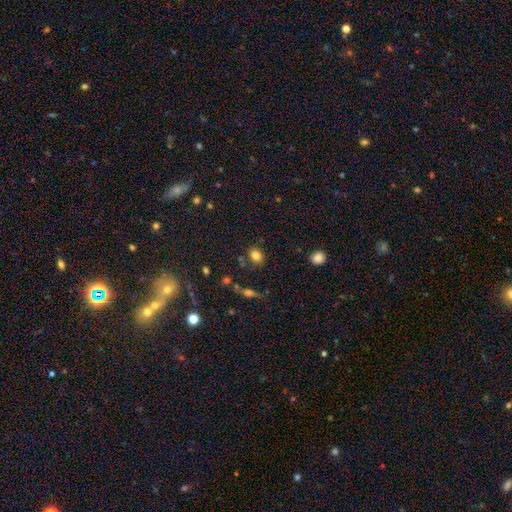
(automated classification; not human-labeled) Morphology: type=smooth (81%); roundness=in between (55%); merging=none (77%).